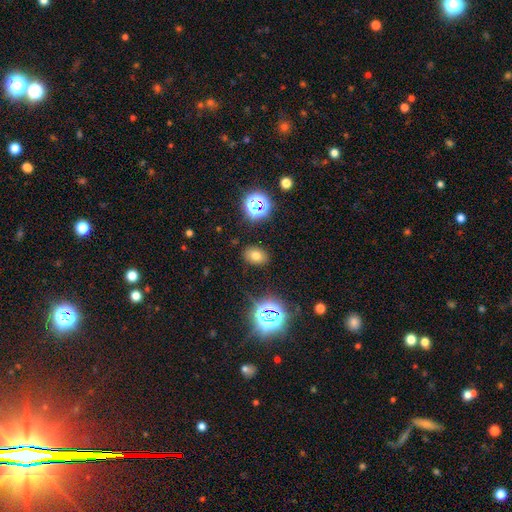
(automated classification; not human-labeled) This is likely a smooth galaxy (69%). How rounded: likely in between (73%). Merging: clearly none (86%).